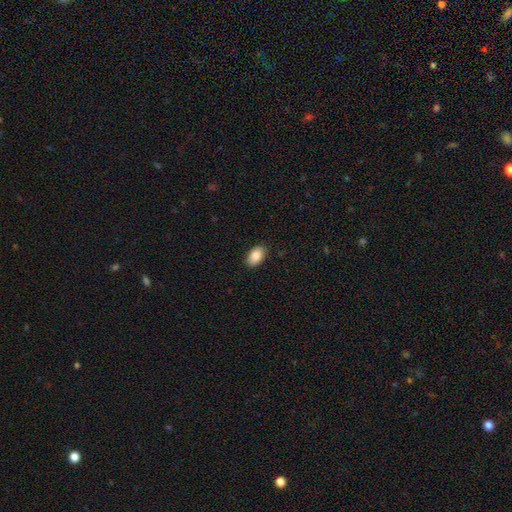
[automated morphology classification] The model was most divided on "merging": none: 89%, minor disturbance: 8%, major disturbance: 2%, merger: 1%. More confident: how rounded — in between (93%); smooth or featured — smooth (89%).